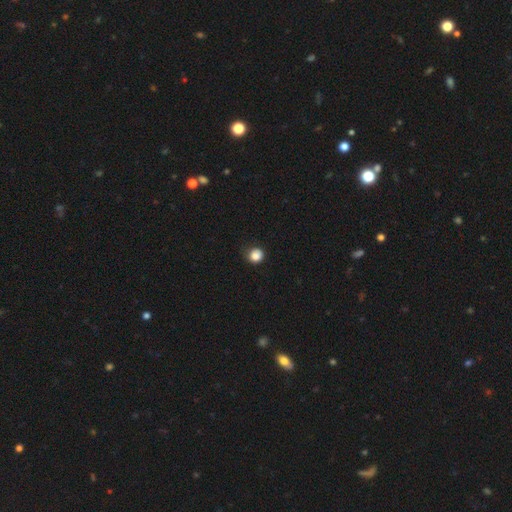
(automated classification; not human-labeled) Smooth or featured? smooth (86%)
How rounded? round (88%)
Merging? none (79%)